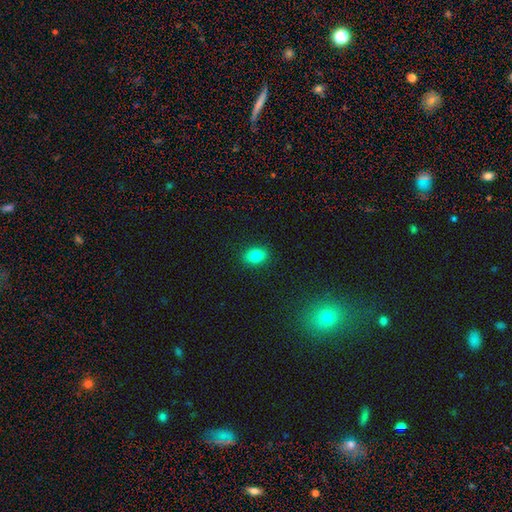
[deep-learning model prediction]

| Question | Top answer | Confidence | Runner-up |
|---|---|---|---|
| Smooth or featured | smooth | 83% | star or artifact (10%) |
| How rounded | in between | 75% | round (23%) |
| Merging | none | 90% | minor disturbance (7%) |